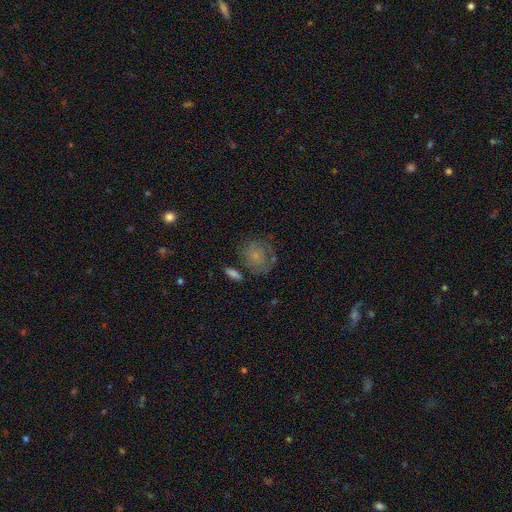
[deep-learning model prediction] Smooth or featured?
  - smooth: 62% *
  - featured or disk: 28%
  - star or artifact: 10%
How rounded?
  - round: 72% *
  - in between: 27%
  - cigar-shaped: 1%
Merging?
  - none: 53% *
  - minor disturbance: 24%
  - major disturbance: 15%
  - merger: 7%